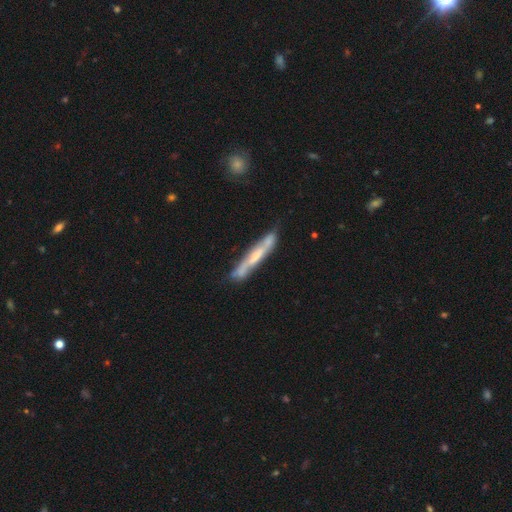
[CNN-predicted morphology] Overall: featured or disk (62%; smooth 32%). Edge-on disk: yes (76%). Merging: none (71%).